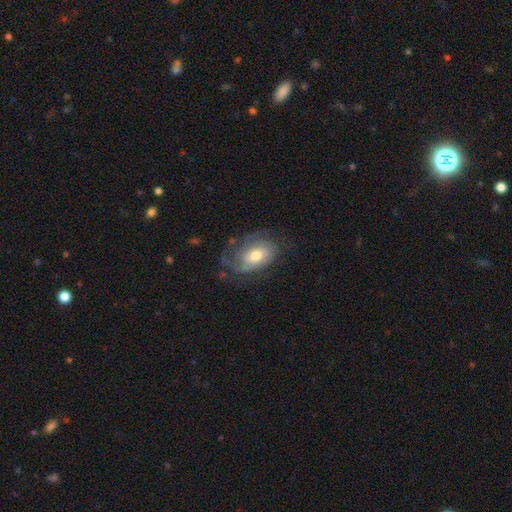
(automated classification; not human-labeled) Overall: featured or disk (65%; smooth 28%). Edge-on disk: no (95%). Bar: no (66%; weak 28%). Spiral arms: yes (82%). Spiral arm count: can't tell (41%; 2 30%). Spiral winding: tight (51%; medium 34%). Bulge size: moderate (69%). Merging: none (58%; minor disturbance 24%).